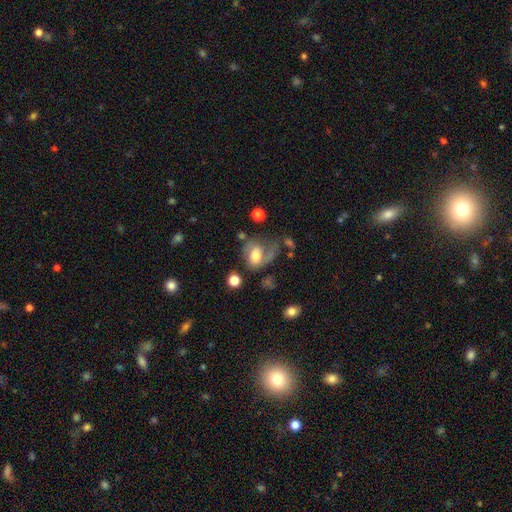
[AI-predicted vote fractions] smooth-or-featured: smooth: 48% | featured or disk: 42% | star or artifact: 10%
  merging: major disturbance: 35% | none: 33% | minor disturbance: 22% | merger: 10%